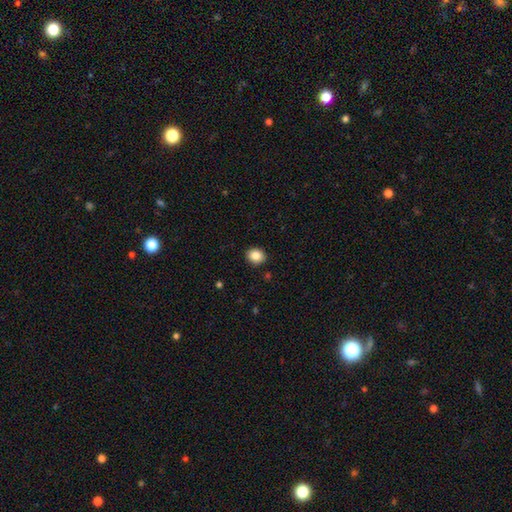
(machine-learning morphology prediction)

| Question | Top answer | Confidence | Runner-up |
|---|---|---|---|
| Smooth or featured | smooth | 86% | star or artifact (9%) |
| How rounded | round | 66% | in between (34%) |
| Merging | none | 90% | minor disturbance (7%) |